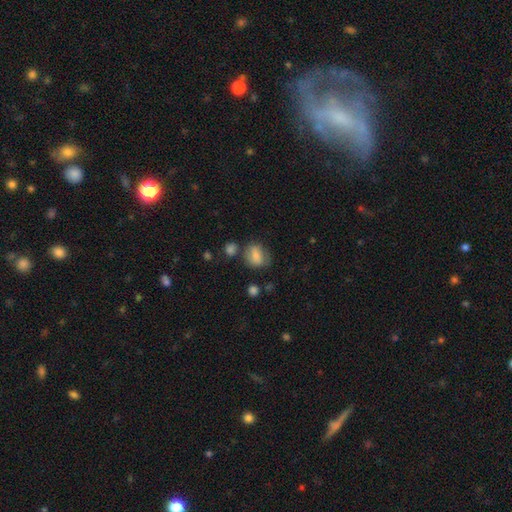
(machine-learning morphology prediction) smooth 72%, featured or disk 19%, star or artifact 9%. Down the decision tree: how rounded — in between (55%); merging — none (59%).